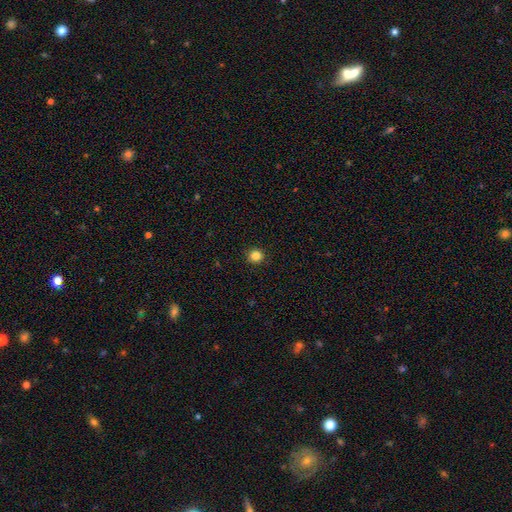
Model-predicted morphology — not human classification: smooth 83%, star or artifact 12%, featured or disk 5%. Down the decision tree: how rounded — round (92%); merging — none (93%).